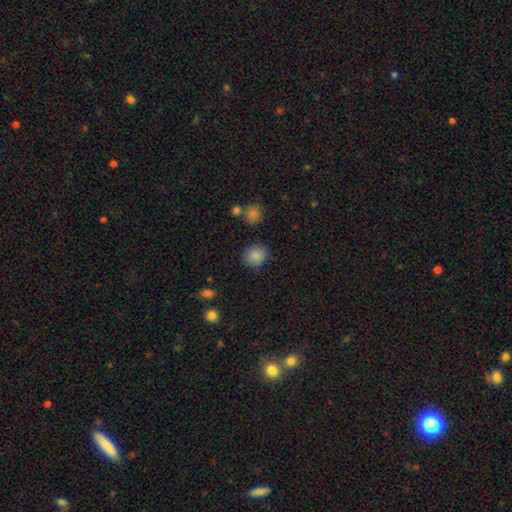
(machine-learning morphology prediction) Smooth or featured: smooth — 85% (star or artifact — 10%)
How rounded: round — 81% (in between — 18%)
Merging: none — 85% (minor disturbance — 10%)